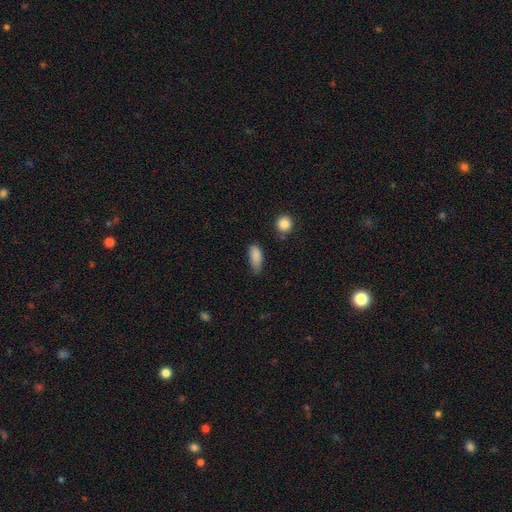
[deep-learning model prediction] Smooth or featured?
  - smooth: 85% *
  - star or artifact: 9%
  - featured or disk: 6%
How rounded?
  - in between: 81% *
  - cigar-shaped: 14%
  - round: 5%
Merging?
  - none: 50% *
  - minor disturbance: 38%
  - major disturbance: 10%
  - merger: 3%